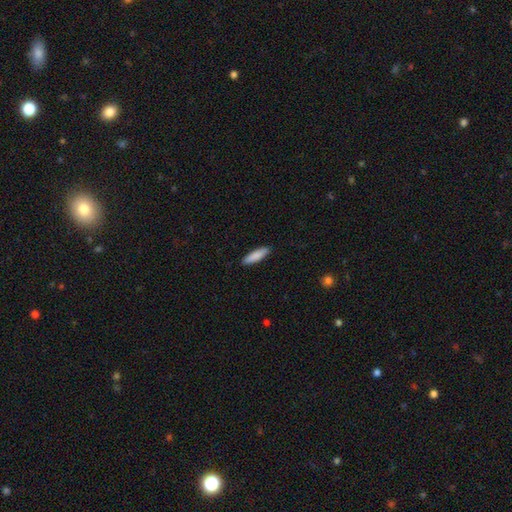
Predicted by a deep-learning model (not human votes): Morphology: type=smooth (86%); roundness=cigar-shaped (73%); merging=none (90%).